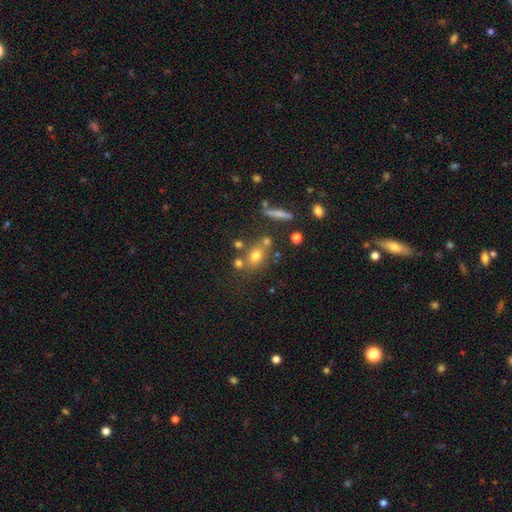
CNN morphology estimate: type=smooth (67%); roundness=round (48%); merging=none (60%).